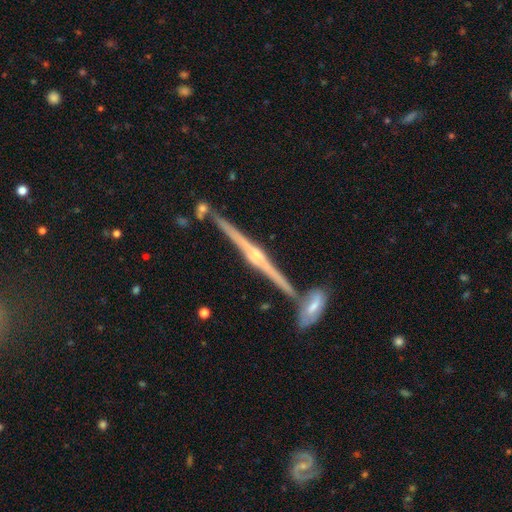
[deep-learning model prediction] Smooth or featured? Predicted: featured or disk (p=0.87). Edge-on disk? Predicted: yes (p=0.98). Edge-on bulge? Predicted: rounded (p=0.85). Merging? Predicted: none (p=0.81).